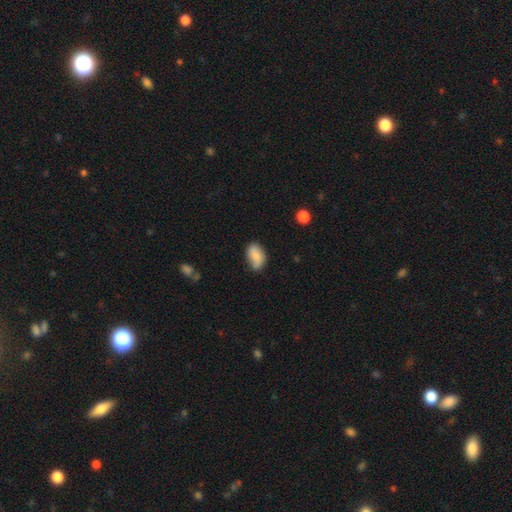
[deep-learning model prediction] A smooth galaxy with no disk features (83%) that is in between round and cigar-shaped (90%).

Vote fractions:
- Smooth or featured? smooth: 83% / featured or disk: 10% / star or artifact: 8%
- How rounded? in between: 90% / round: 7% / cigar-shaped: 3%
- Merging? none: 61% / minor disturbance: 31% / major disturbance: 6% / merger: 3%